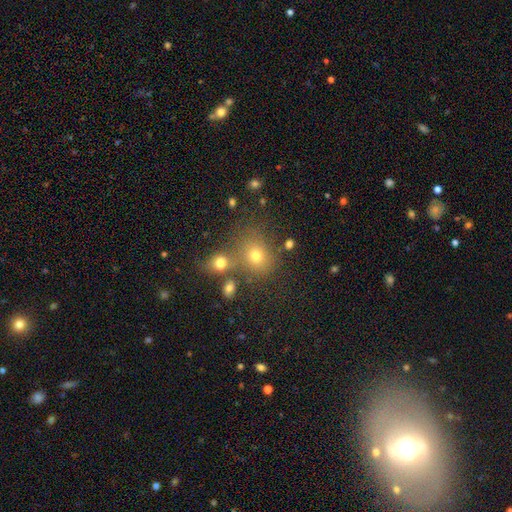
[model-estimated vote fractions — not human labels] The model was most divided on "merging": none: 58%, merger: 25%, minor disturbance: 11%, major disturbance: 6%. More confident: smooth or featured — smooth (70%); how rounded — round (67%).